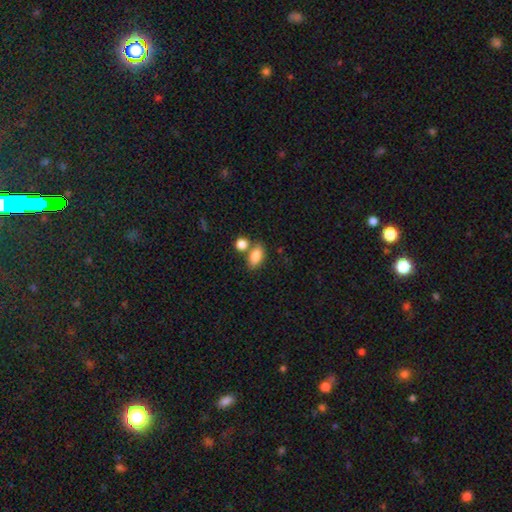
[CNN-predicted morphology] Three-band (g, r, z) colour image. It shows a smooth galaxy with no disk features (84%) that is in between round and cigar-shaped (86%). Merging: none (55%).